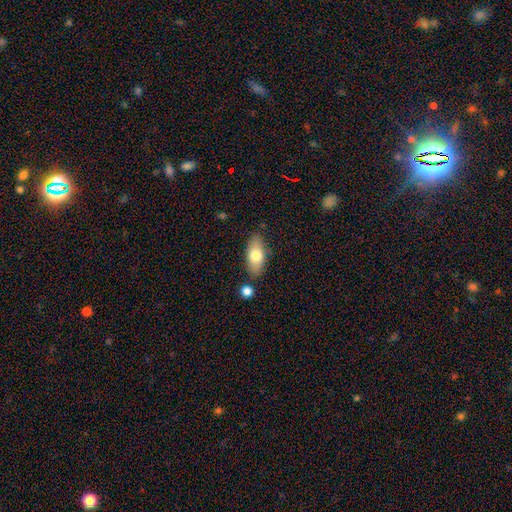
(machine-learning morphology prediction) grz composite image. It shows a smooth galaxy with no disk features (72%) that is in between round and cigar-shaped (87%). Merging: none (79%).